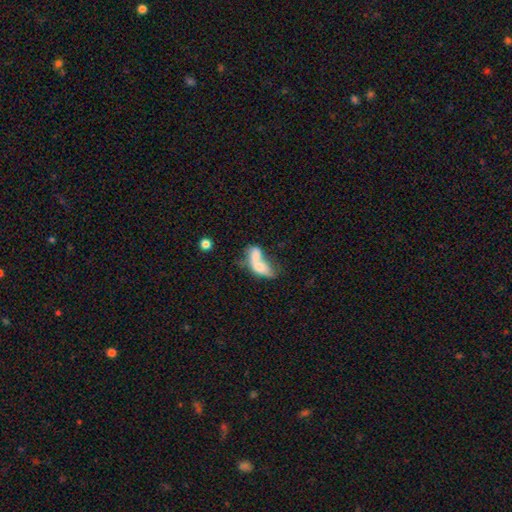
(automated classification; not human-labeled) Smooth or featured: smooth — 64% (featured or disk — 28%)
How rounded: in between — 78% (cigar-shaped — 11%)
Merging: merger — 73% (none — 11%)